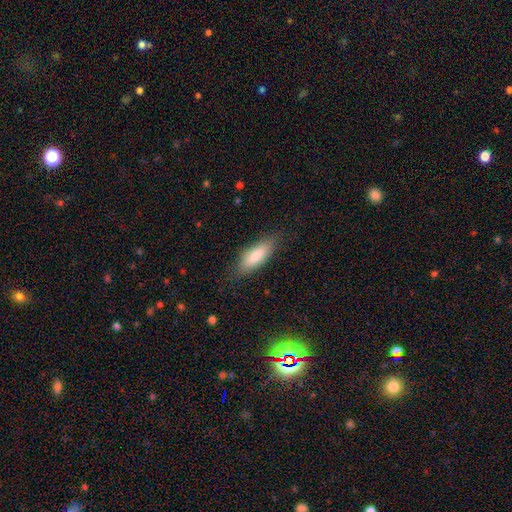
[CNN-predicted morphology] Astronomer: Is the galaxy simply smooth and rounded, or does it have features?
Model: smooth — 76%.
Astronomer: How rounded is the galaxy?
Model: in between — 58% (runner-up: cigar-shaped, 40%).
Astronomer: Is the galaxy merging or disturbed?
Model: none — 82%.